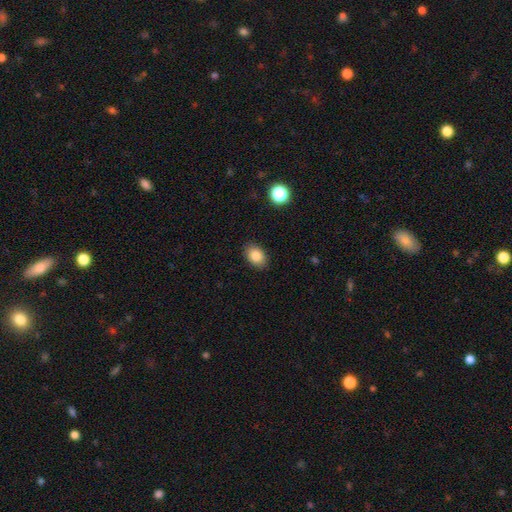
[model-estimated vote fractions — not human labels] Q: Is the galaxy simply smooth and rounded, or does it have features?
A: smooth — 85%.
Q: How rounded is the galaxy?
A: in between — 78%.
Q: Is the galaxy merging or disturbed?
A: none — 88%.